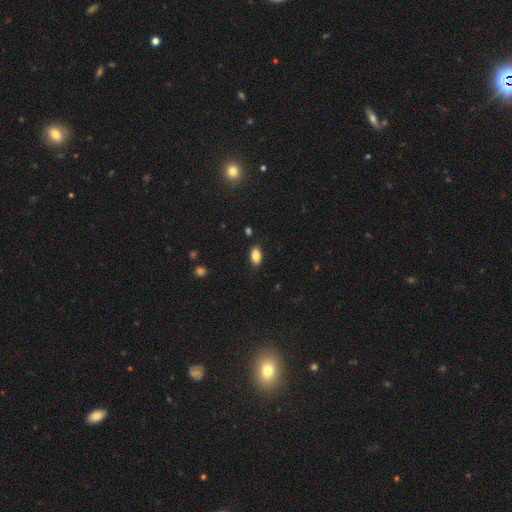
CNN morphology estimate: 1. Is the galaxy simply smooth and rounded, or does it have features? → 83% smooth, 9% featured or disk, 8% star or artifact.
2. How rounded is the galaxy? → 92% in between, 4% round, 4% cigar-shaped.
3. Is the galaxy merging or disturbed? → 86% none, 10% minor disturbance, 2% major disturbance, 1% merger.